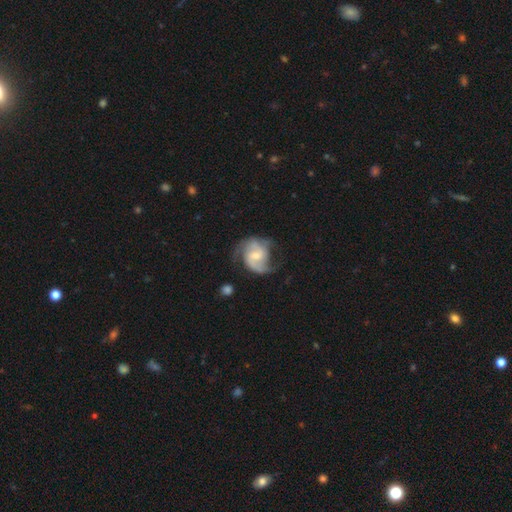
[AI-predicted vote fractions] smooth_or_featured: featured or disk (p=0.83) [alt: smooth p=0.12]
disk_edge_on: no (p=0.98) [alt: yes p=0.02]
bar: weak (p=0.46) [alt: no p=0.43]
has_spiral_arms: yes (p=0.95) [alt: no p=0.05]
spiral_winding: medium (p=0.50) [alt: tight p=0.25]
spiral_arm_count: 2 (p=0.80) [alt: can't tell p=0.08]
bulge_size: small (p=0.47) [alt: moderate p=0.44]
merging: none (p=0.59) [alt: minor disturbance p=0.23]